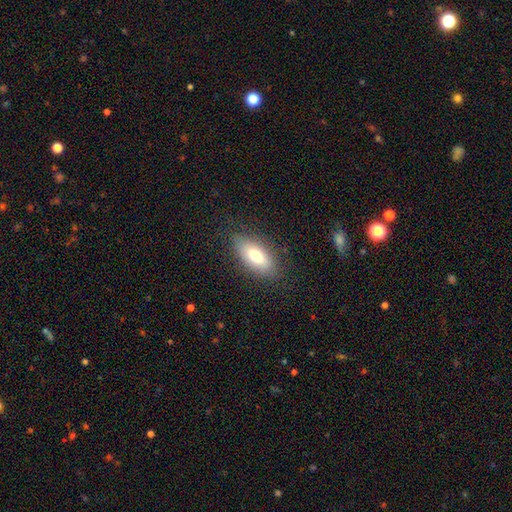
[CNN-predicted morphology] Q: Smooth or featured?
A: smooth (73%); runner-up: featured or disk (19%)
Q: How rounded?
A: in between (84%); runner-up: cigar-shaped (12%)
Q: Merging?
A: none (82%); runner-up: minor disturbance (13%)